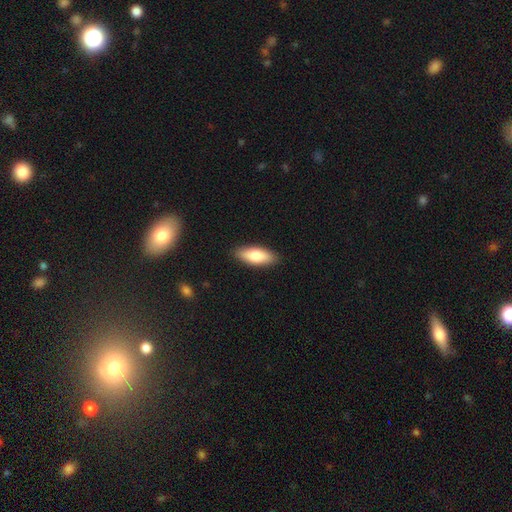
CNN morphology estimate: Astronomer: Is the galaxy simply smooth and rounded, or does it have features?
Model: smooth — 79%.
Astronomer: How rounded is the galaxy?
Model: in between — 75%.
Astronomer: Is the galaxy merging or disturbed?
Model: none — 89%.